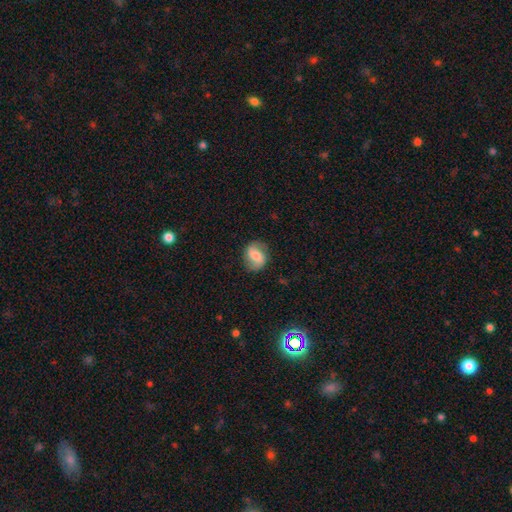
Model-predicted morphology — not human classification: A featured or disk galaxy (49%). Merging: none (82%).